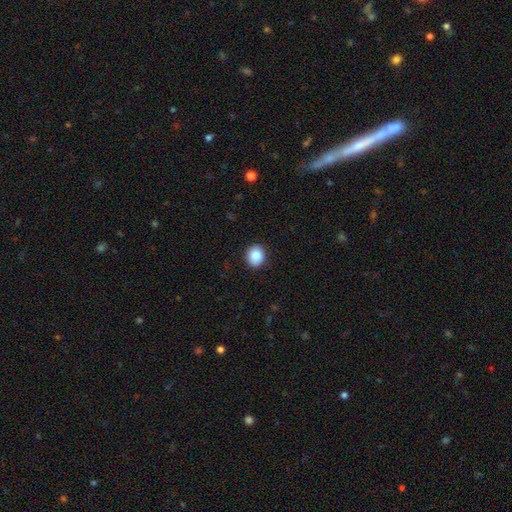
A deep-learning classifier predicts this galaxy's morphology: Smooth or featured? Predicted: smooth (p=0.88). How rounded? Predicted: round (p=0.73). Merging? Predicted: none (p=0.90).